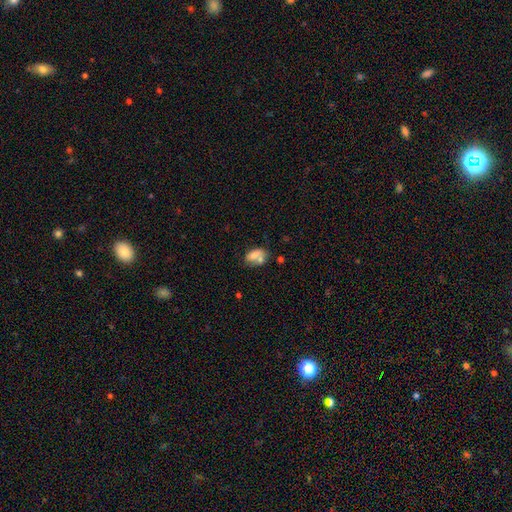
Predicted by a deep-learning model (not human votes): Overall: smooth (68%). How rounded: in between (85%). Merging: merger (40%; none 35%).